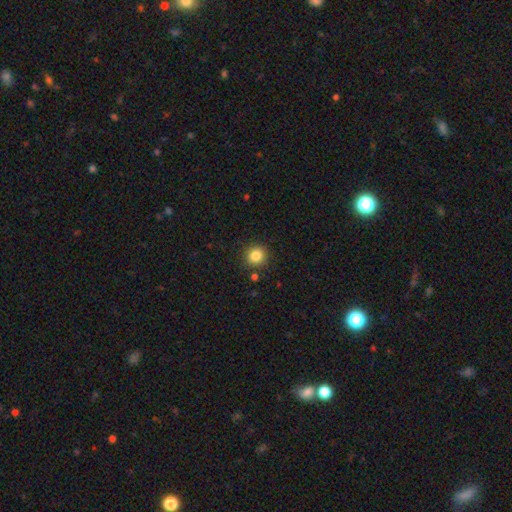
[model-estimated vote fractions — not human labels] smooth 84%, star or artifact 11%, featured or disk 5%. Down the decision tree: how rounded — round (93%); merging — none (88%).